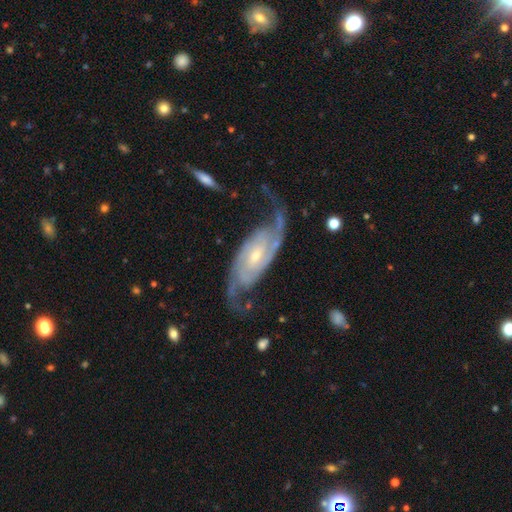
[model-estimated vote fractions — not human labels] Q: Smooth or featured?
A: featured or disk (92%); runner-up: star or artifact (4%)
Q: Edge-on disk?
A: no (95%); runner-up: yes (5%)
Q: Bar?
A: weak (42%); runner-up: no (39%)
Q: Spiral arms?
A: yes (98%); runner-up: no (2%)
Q: Spiral winding?
A: medium (48%); runner-up: tight (29%)
Q: Spiral arm count?
A: 2 (91%); runner-up: can't tell (3%)
Q: Bulge size?
A: small (59%); runner-up: moderate (36%)
Q: Merging?
A: none (72%); runner-up: minor disturbance (15%)